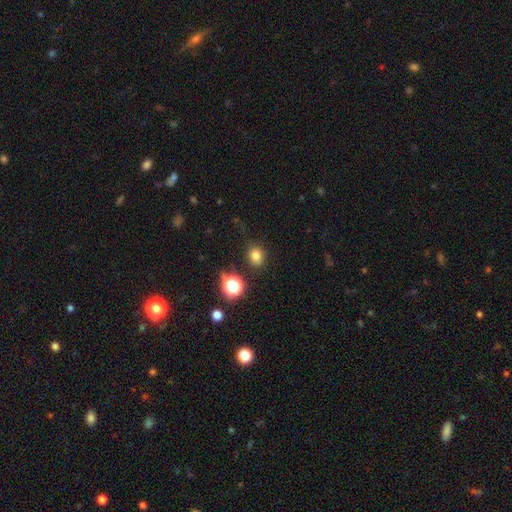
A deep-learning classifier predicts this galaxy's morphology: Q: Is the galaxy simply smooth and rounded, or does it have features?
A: smooth — 76%.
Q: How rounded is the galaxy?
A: round — 66%.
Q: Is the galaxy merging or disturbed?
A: none — 82%.